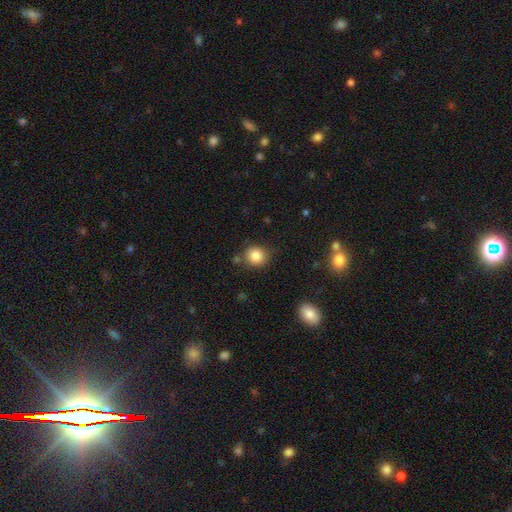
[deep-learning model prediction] Smooth or featured? Predicted: smooth (p=0.85). How rounded? Predicted: round (p=0.85). Merging? Predicted: none (p=0.79).